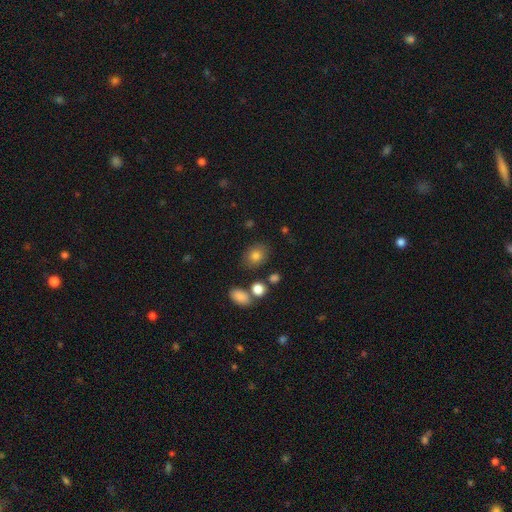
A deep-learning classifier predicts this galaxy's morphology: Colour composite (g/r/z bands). It shows a smooth galaxy with no disk features (80%) that is in between round and cigar-shaped (58%). Merging: none (78%).